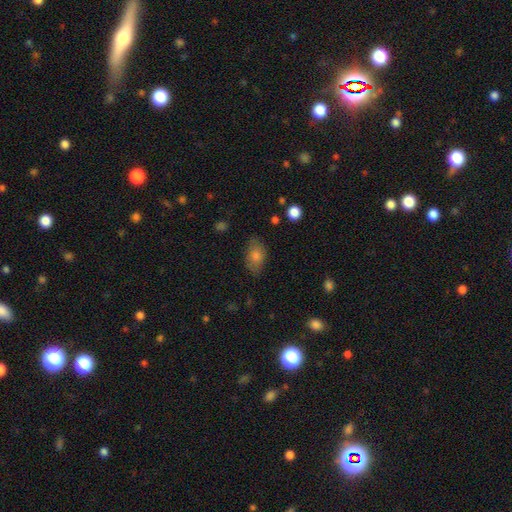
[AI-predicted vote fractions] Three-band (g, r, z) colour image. It shows a smooth galaxy with no disk features (73%) that is in between round and cigar-shaped (86%). Merging: none (80%).